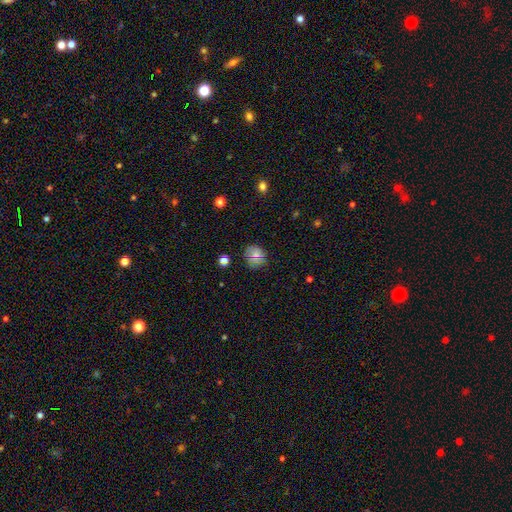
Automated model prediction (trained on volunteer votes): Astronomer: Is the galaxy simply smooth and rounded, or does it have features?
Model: smooth — 70%.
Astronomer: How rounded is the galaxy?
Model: round — 84%.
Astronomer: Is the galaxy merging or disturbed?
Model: none — 83%.